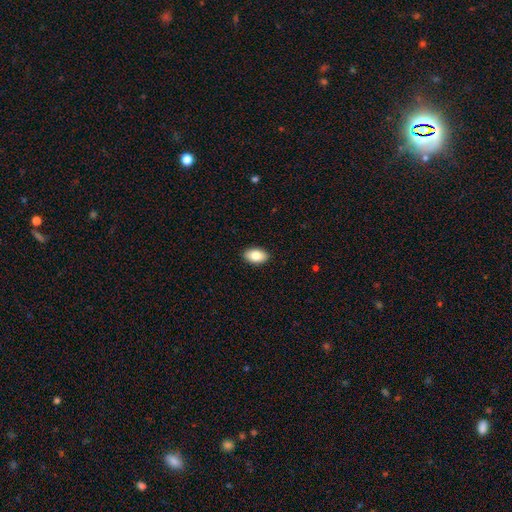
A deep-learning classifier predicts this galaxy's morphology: This appears to be a smooth galaxy with no disk features (83%) that is in between round and cigar-shaped (92%). Merging: none (90%).